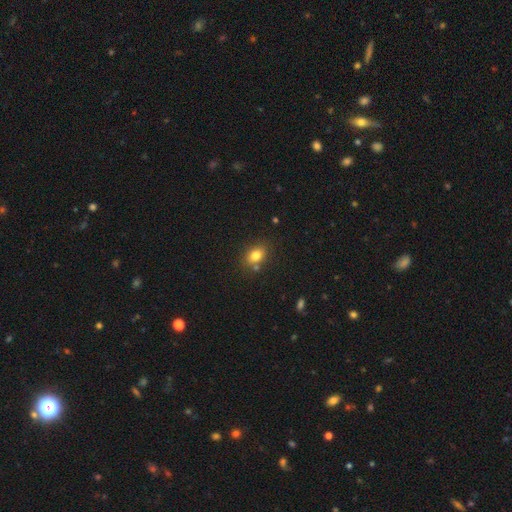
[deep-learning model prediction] A smooth galaxy with no disk features (80%) that is in between round and cigar-shaped (70%).

Vote fractions:
- Smooth or featured? smooth: 80% / star or artifact: 11% / featured or disk: 9%
- How rounded? in between: 70% / round: 29% / cigar-shaped: 1%
- Merging? none: 75% / minor disturbance: 12% / merger: 9% / major disturbance: 3%